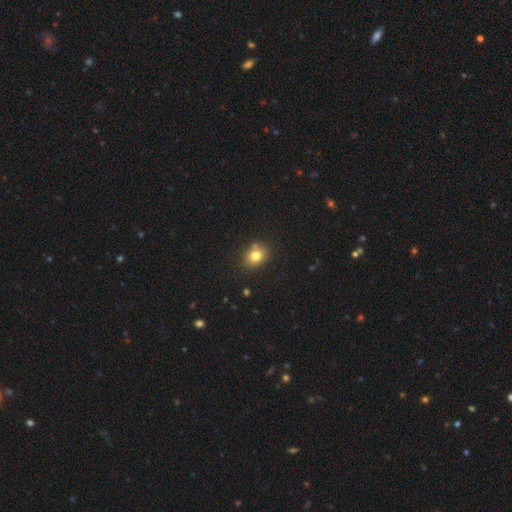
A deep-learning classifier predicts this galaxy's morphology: type=smooth (79%); roundness=round (51%); merging=none (79%).